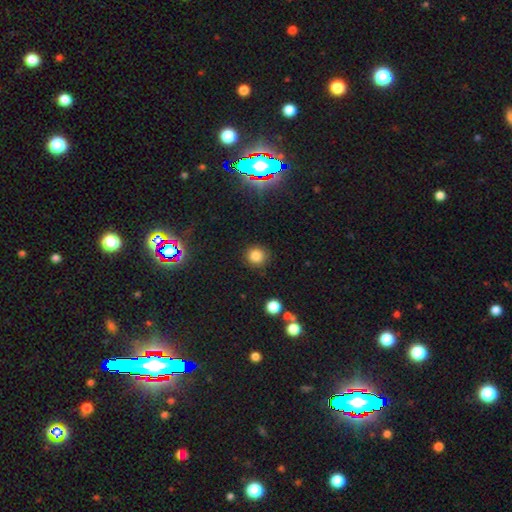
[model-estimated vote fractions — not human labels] Overall: smooth (81%). How rounded: round (91%). Merging: none (88%).